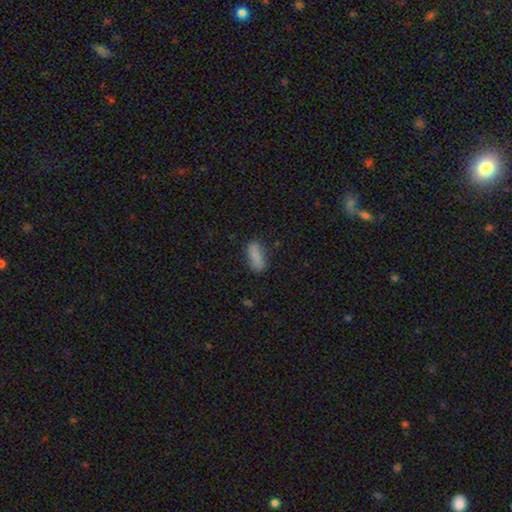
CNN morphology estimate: smooth 83%, featured or disk 10%, star or artifact 8%. Down the decision tree: how rounded — in between (71%); merging — none (76%).